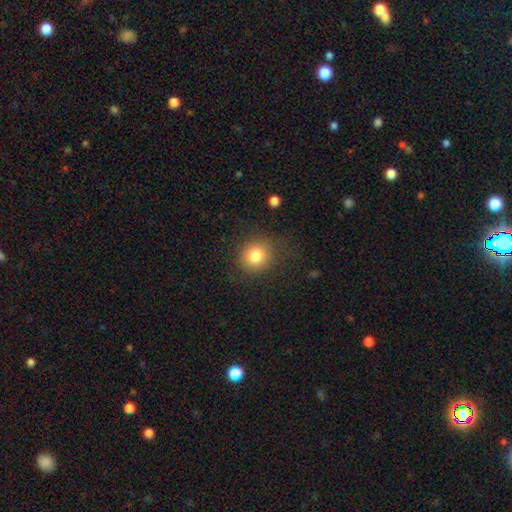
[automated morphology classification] A smooth galaxy with no disk features (81%) that is round (84%). Merging: none (83%).